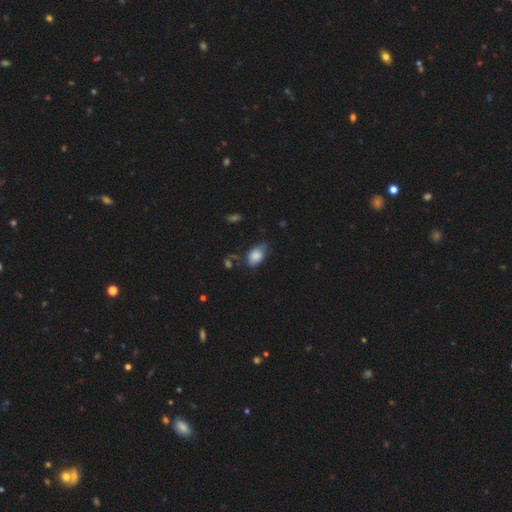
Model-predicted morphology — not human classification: Smooth or featured: smooth — 81% (featured or disk — 11%)
How rounded: in between — 86% (round — 12%)
Merging: none — 47% (minor disturbance — 38%)